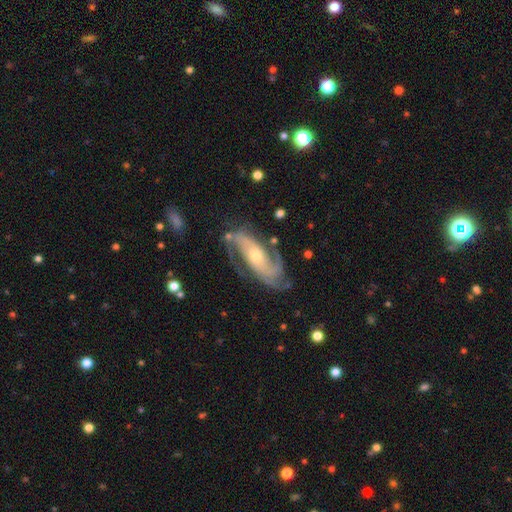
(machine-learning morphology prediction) Q: Smooth or featured?
A: featured or disk (89%); runner-up: smooth (6%)
Q: Edge-on disk?
A: no (93%); runner-up: yes (7%)
Q: Bar?
A: no (54%); runner-up: weak (30%)
Q: Spiral arms?
A: yes (97%); runner-up: no (3%)
Q: Spiral winding?
A: medium (48%); runner-up: tight (33%)
Q: Spiral arm count?
A: 2 (66%); runner-up: 3 (14%)
Q: Bulge size?
A: small (48%); runner-up: moderate (46%)
Q: Merging?
A: none (72%); runner-up: minor disturbance (18%)